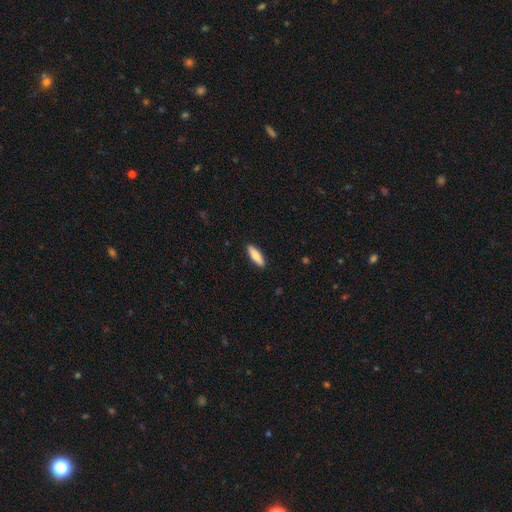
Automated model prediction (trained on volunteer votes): Smooth or featured: smooth — 79% (featured or disk — 16%)
How rounded: cigar-shaped — 57% (in between — 41%)
Merging: none — 90% (minor disturbance — 7%)